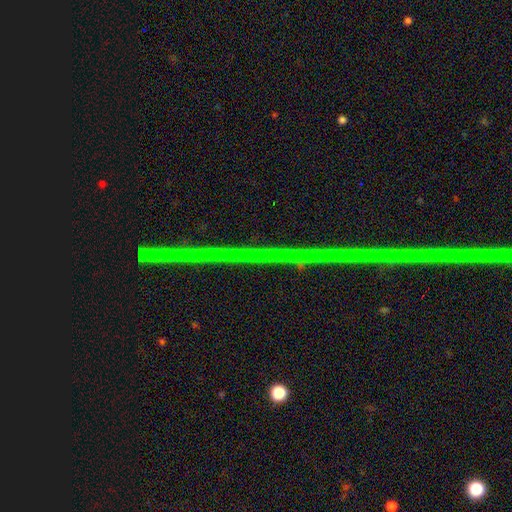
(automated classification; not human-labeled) smooth_or_featured: star or artifact (p=0.82) [alt: featured or disk p=0.13]